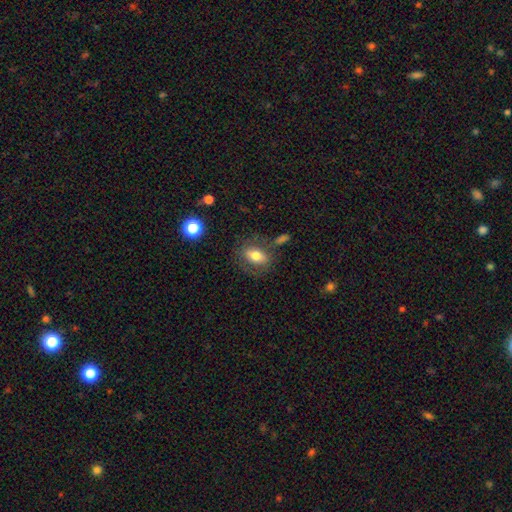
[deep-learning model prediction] The model was most divided on "smooth or featured": smooth: 69%, featured or disk: 22%, star or artifact: 9%. More confident: how rounded — in between (80%); merging — none (72%).